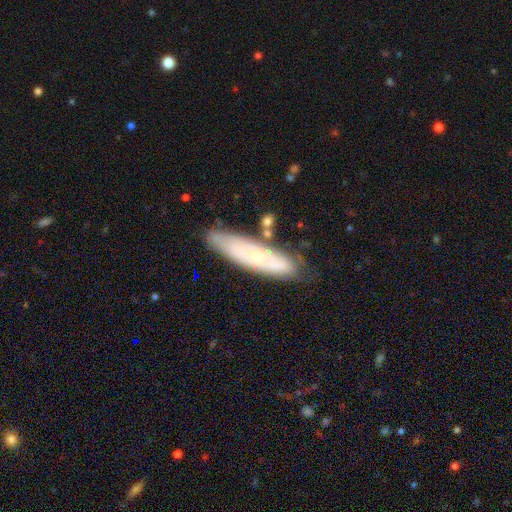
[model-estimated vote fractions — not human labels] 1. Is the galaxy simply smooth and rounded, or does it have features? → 47% smooth, 45% featured or disk, 8% star or artifact.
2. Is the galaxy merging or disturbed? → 71% none, 18% minor disturbance, 6% merger, 4% major disturbance.